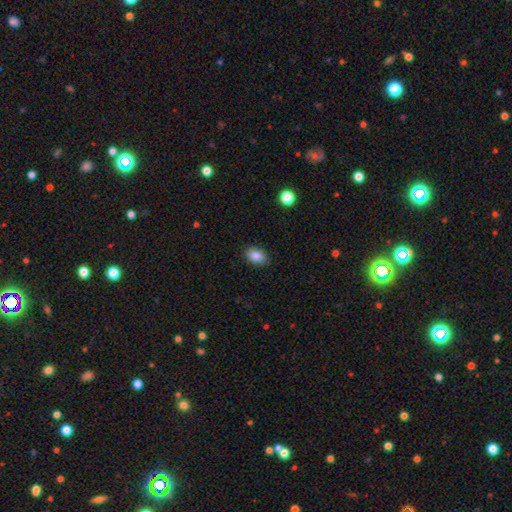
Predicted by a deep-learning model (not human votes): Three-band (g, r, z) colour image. It shows a smooth galaxy with no disk features (86%) that is in between round and cigar-shaped (85%). Merging: none (87%).